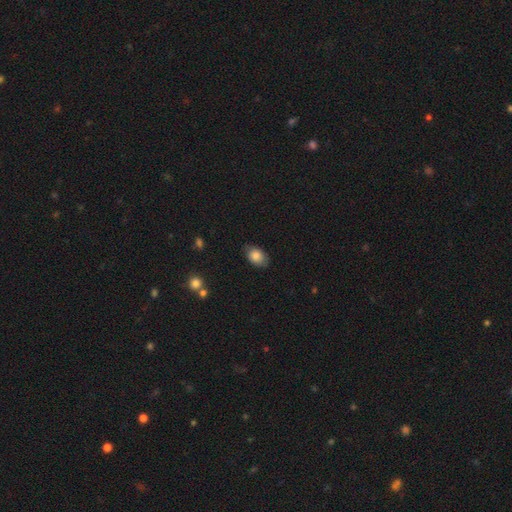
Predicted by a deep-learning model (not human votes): Smooth or featured: smooth — 80% (featured or disk — 12%)
How rounded: in between — 86% (round — 13%)
Merging: none — 74% (minor disturbance — 21%)